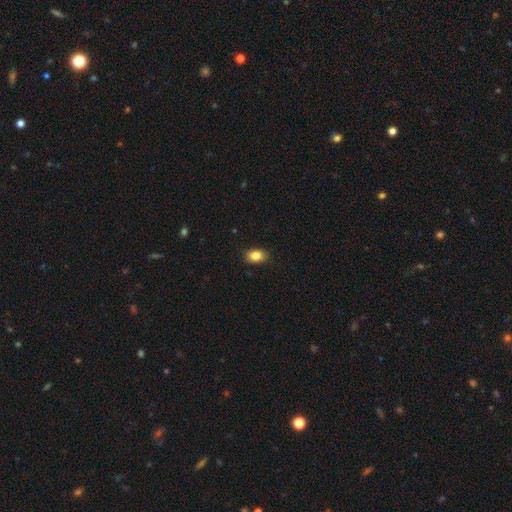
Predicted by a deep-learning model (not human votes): smooth_or_featured: smooth (p=0.85) [alt: star or artifact p=0.08]
how_rounded: in between (p=0.81) [alt: round p=0.18]
merging: none (p=0.88) [alt: minor disturbance p=0.09]